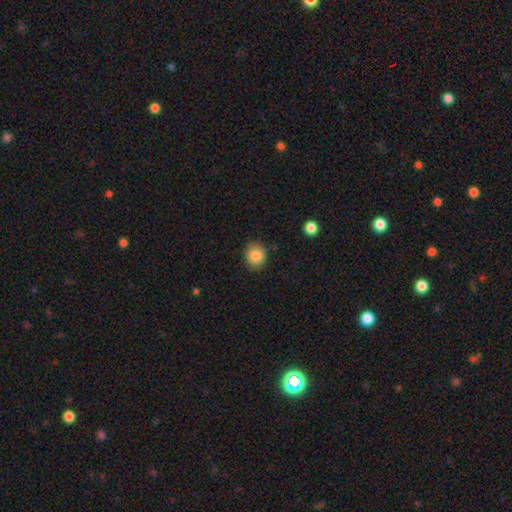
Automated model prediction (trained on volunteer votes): Morphology: type=smooth (86%); roundness=round (72%); merging=none (81%).